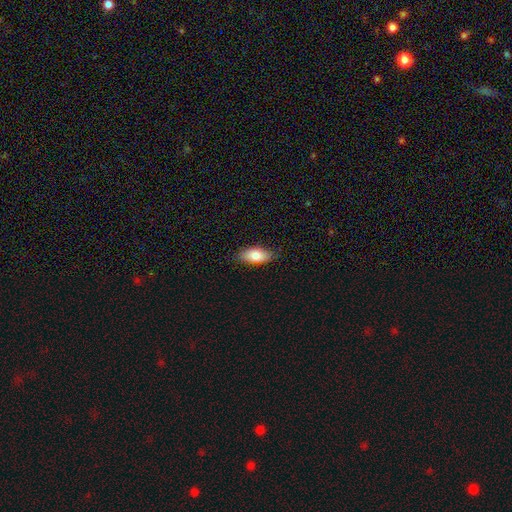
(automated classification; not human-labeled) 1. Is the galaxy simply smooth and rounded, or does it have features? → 80% smooth, 13% featured or disk, 7% star or artifact.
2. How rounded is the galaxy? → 89% in between, 8% cigar-shaped, 3% round.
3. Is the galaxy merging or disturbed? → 80% none, 16% minor disturbance, 3% major disturbance, 1% merger.